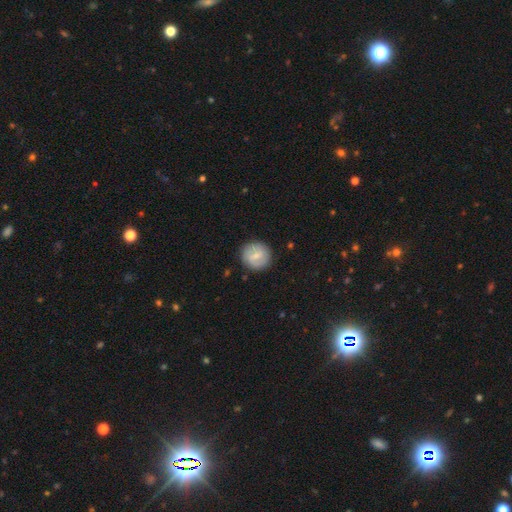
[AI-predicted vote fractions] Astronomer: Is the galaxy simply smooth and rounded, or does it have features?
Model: smooth — 51% (runner-up: featured or disk, 43%).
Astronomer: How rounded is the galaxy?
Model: round — 91%.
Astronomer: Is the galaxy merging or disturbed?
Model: none — 87%.